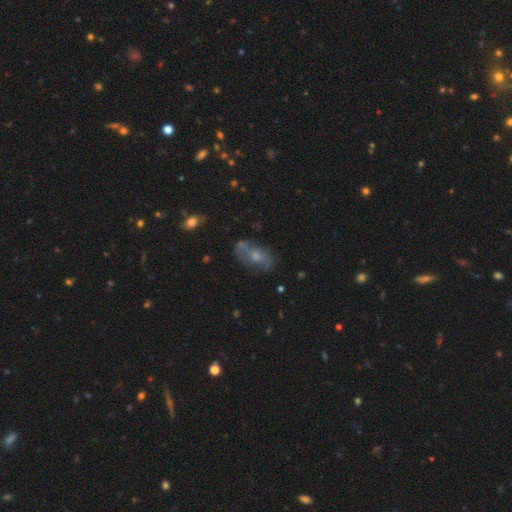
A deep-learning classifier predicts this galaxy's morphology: smooth_or_featured: featured or disk (p=0.49) [alt: smooth p=0.39]
merging: none (p=0.59) [alt: minor disturbance p=0.23]